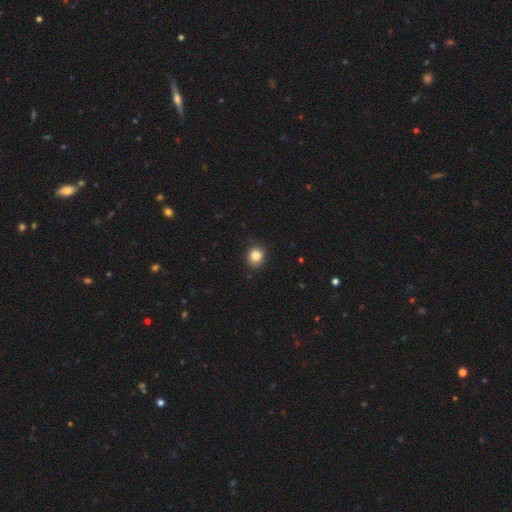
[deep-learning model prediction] This appears to be a smooth galaxy with no disk features (84%) that is round (77%). Merging: none (86%).